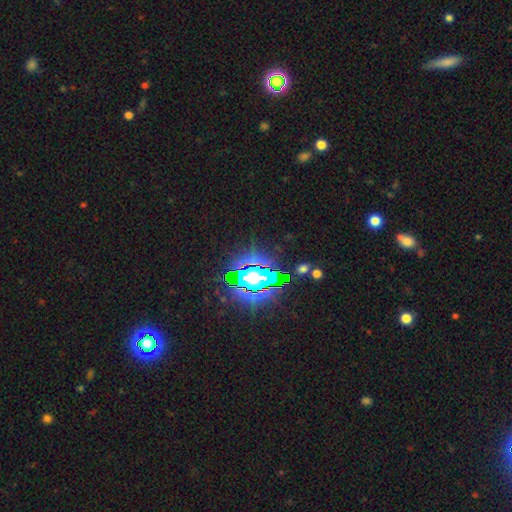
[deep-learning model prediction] smooth_or_featured: star or artifact (p=0.84) [alt: smooth p=0.09]